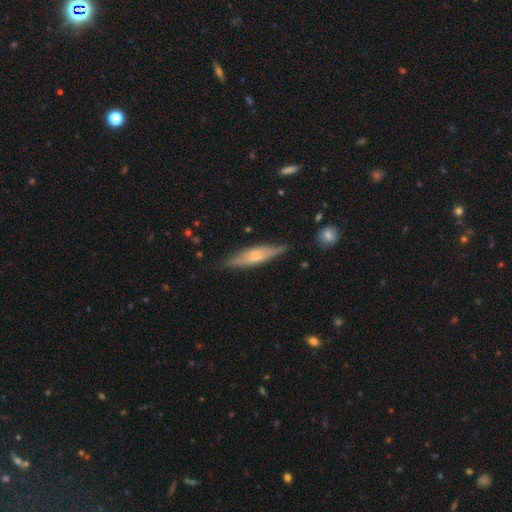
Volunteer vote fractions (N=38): featured or disk 50%, smooth 47%, star or artifact 3%. Down the decision tree: edge-on disk — yes (89%); edge-on bulge — rounded (65%); merging — none (78%).